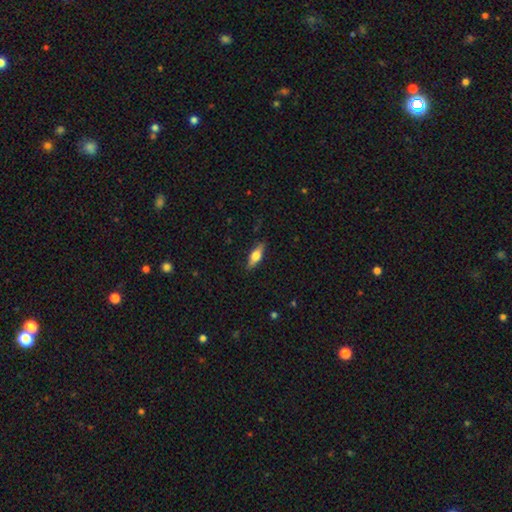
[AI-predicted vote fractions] Smooth or featured? Predicted: smooth (p=0.54). How rounded? Predicted: in between (p=0.58). Merging? Predicted: none (p=0.87).